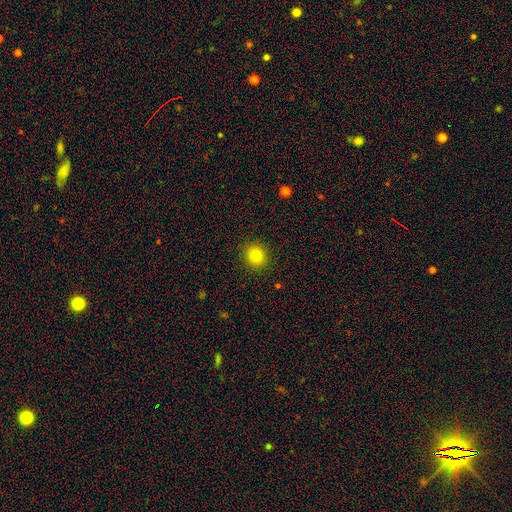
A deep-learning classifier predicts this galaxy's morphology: The model was most divided on "smooth or featured": smooth: 81%, star or artifact: 12%, featured or disk: 6%. More confident: merging — none (91%); how rounded — round (90%).